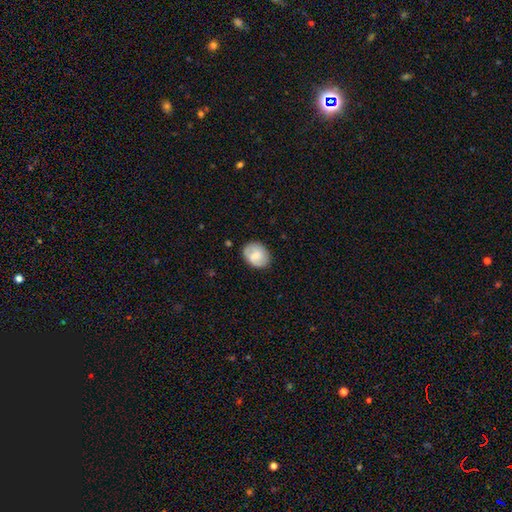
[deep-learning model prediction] Overall: smooth (59%; featured or disk 34%). How rounded: in between (55%; round 44%). Merging: none (79%).